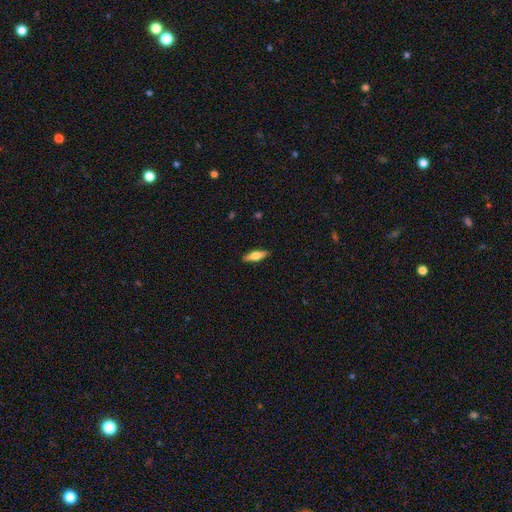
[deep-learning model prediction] Q: Smooth or featured?
A: smooth (53%); runner-up: featured or disk (41%)
Q: How rounded?
A: in between (49%); runner-up: cigar-shaped (48%)
Q: Merging?
A: none (90%); runner-up: minor disturbance (8%)